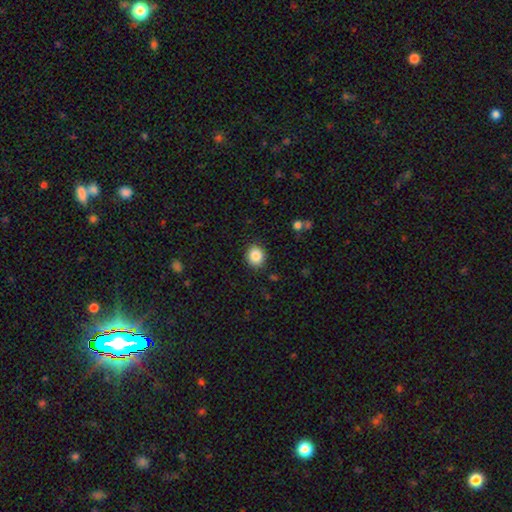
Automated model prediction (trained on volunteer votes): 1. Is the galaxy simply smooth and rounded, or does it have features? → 86% smooth, 9% star or artifact, 4% featured or disk.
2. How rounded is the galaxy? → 78% round, 21% in between, 1% cigar-shaped.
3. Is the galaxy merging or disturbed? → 88% none, 8% minor disturbance, 2% major disturbance, 1% merger.